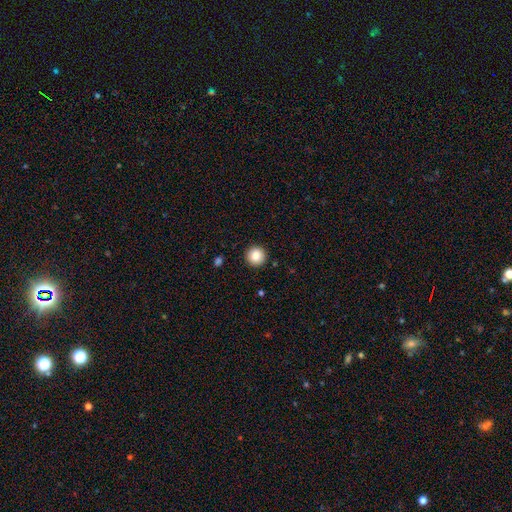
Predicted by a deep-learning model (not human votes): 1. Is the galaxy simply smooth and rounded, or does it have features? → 85% smooth, 9% star or artifact, 6% featured or disk.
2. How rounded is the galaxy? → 96% round, 3% in between, 1% cigar-shaped.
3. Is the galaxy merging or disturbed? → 93% none, 5% minor disturbance, 2% major disturbance, 1% merger.